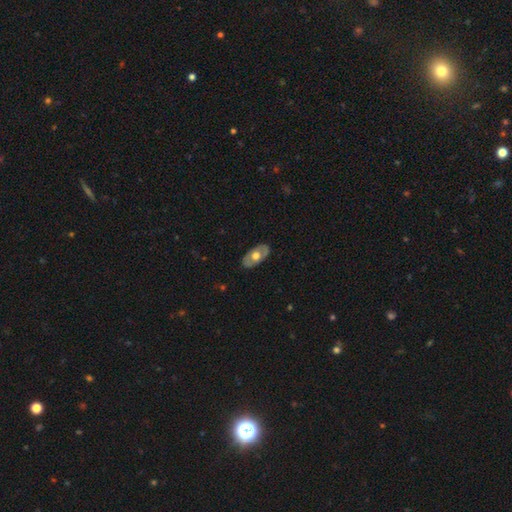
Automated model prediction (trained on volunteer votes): Morphology: type=featured or disk (50%); edge-on=no (84%); merging=none (84%).